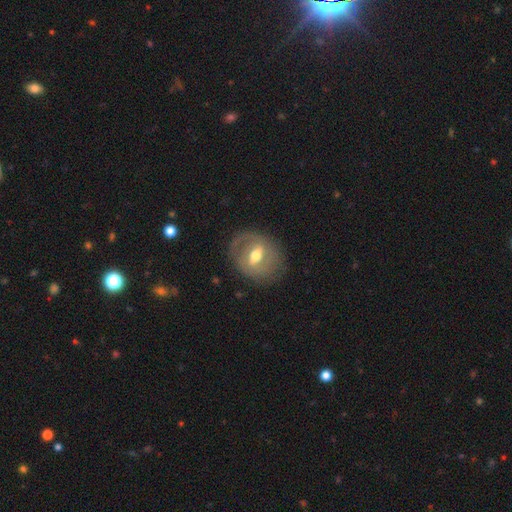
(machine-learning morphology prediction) Smooth or featured?
  - featured or disk: 67% *
  - smooth: 26%
  - star or artifact: 6%
Edge-on disk?
  - no: 93% *
  - yes: 7%
Bar?
  - weak: 47% *
  - strong: 35%
  - no: 18%
Spiral arms?
  - yes: 57% *
  - no: 43%
Bulge size?
  - moderate: 75% *
  - large: 12%
  - small: 12%
  - dominant: 1%
  - none: 1%
Merging?
  - none: 75% *
  - minor disturbance: 16%
  - major disturbance: 8%
  - merger: 1%